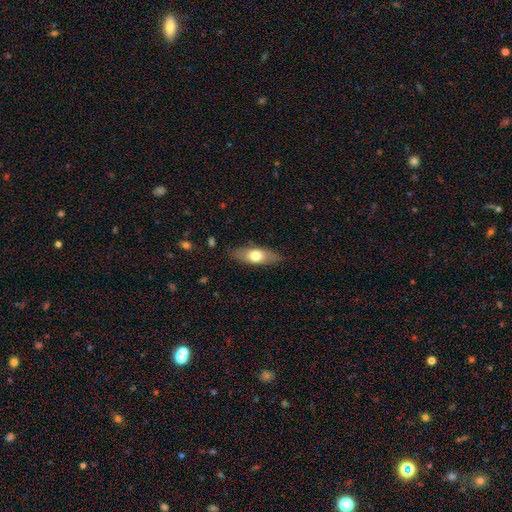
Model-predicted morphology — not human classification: Smooth or featured?
  - smooth: 62% *
  - featured or disk: 32%
  - star or artifact: 6%
How rounded?
  - in between: 67% *
  - cigar-shaped: 29%
  - round: 4%
Merging?
  - none: 82% *
  - minor disturbance: 14%
  - major disturbance: 3%
  - merger: 1%